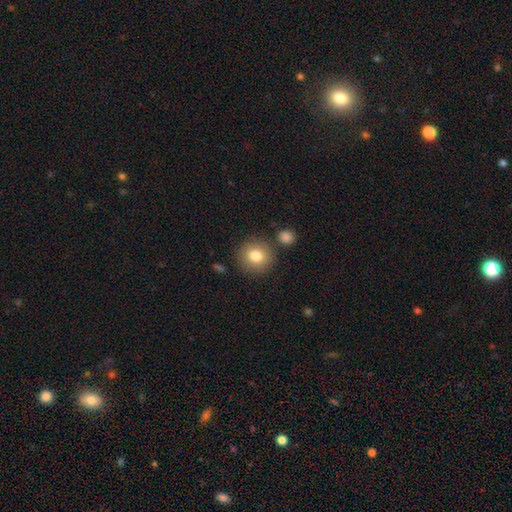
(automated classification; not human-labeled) A smooth galaxy with no disk features (80%) that is round (91%). Merging: none (84%).